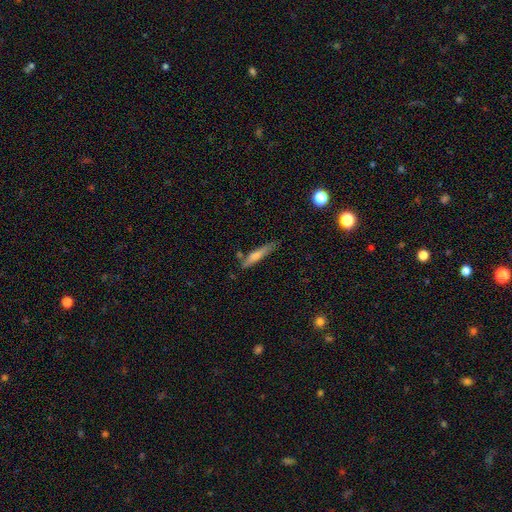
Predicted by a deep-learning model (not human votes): This appears to be a smooth galaxy with no disk features (67%) that is cigar-shaped (89%). Merging: none (67%).